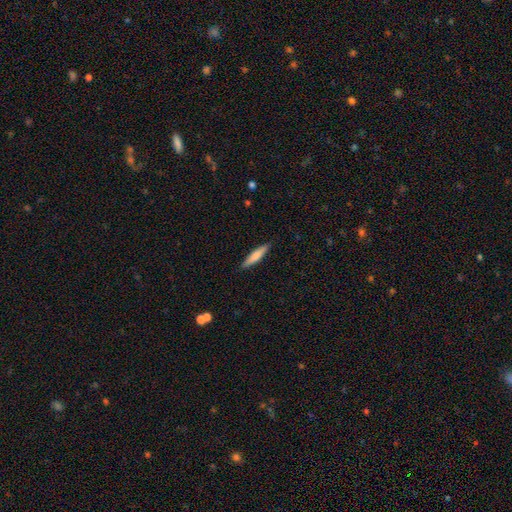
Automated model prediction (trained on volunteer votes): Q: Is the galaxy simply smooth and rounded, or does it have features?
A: smooth — 69%.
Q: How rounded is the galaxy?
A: cigar-shaped — 87%.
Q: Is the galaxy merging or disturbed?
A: none — 90%.